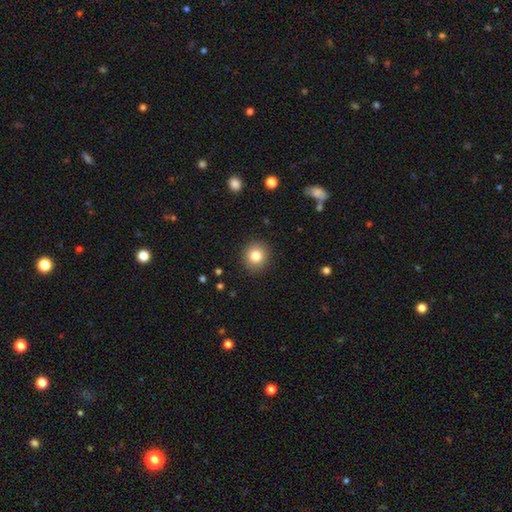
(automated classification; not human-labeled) A smooth galaxy with no disk features (82%) that is round (89%).

Vote fractions:
- Smooth or featured? smooth: 82% / star or artifact: 10% / featured or disk: 8%
- How rounded? round: 89% / in between: 10% / cigar-shaped: 1%
- Merging? none: 91% / minor disturbance: 6% / major disturbance: 2% / merger: 1%